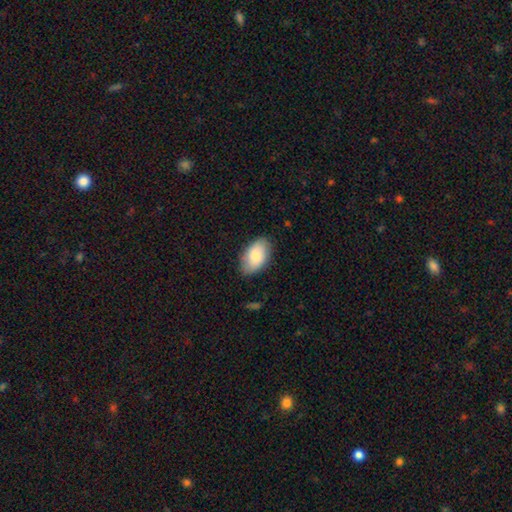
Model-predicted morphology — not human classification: smooth_or_featured: smooth (p=0.82) [alt: featured or disk p=0.12]
how_rounded: in between (p=0.94) [alt: round p=0.04]
merging: none (p=0.81) [alt: minor disturbance p=0.15]